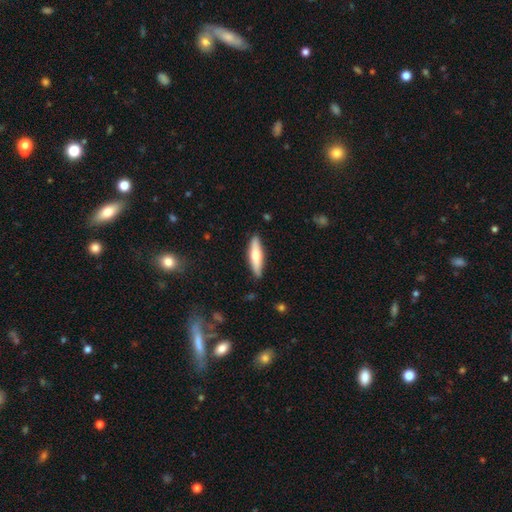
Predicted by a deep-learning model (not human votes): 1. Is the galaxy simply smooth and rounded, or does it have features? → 56% smooth, 39% featured or disk, 5% star or artifact.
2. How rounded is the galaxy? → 73% cigar-shaped, 25% in between, 2% round.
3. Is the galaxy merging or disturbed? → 89% none, 9% minor disturbance, 2% major disturbance, 1% merger.